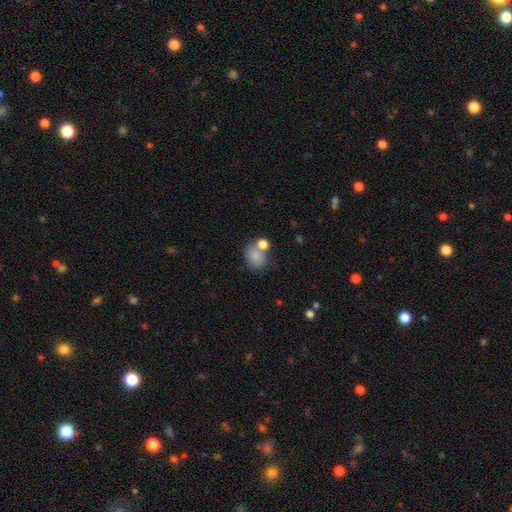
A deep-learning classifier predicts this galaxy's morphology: smooth_or_featured: smooth (p=0.80) [alt: featured or disk p=0.11]
how_rounded: round (p=0.63) [alt: in between p=0.36]
merging: none (p=0.46) [alt: merger p=0.36]